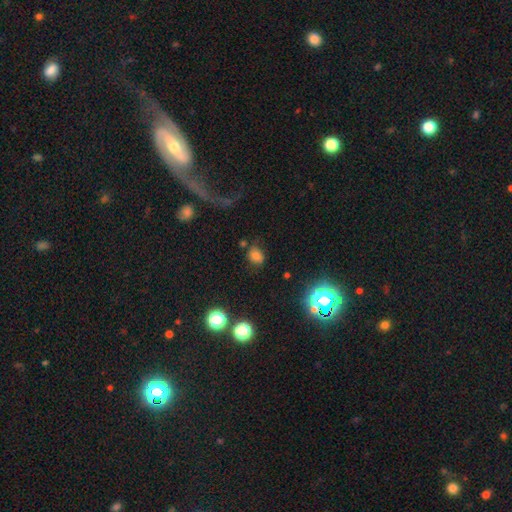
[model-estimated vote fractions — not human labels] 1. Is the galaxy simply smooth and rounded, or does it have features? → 68% smooth, 23% star or artifact, 10% featured or disk.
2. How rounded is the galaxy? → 51% in between, 48% round, 1% cigar-shaped.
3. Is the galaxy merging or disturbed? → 68% none, 20% minor disturbance, 7% major disturbance, 5% merger.